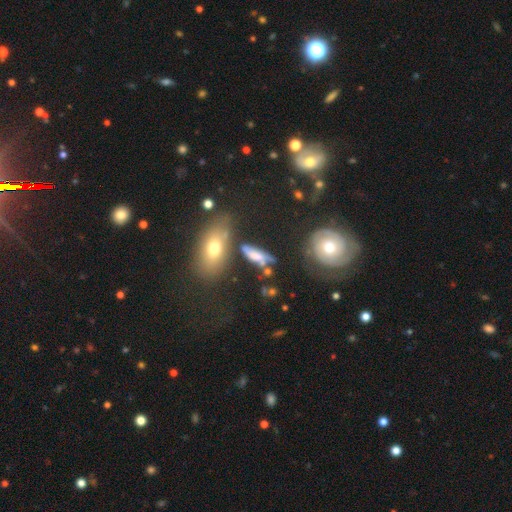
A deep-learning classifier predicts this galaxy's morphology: Smooth or featured: smooth — 56% (featured or disk — 30%)
How rounded: in between — 52% (cigar-shaped — 42%)
Merging: none — 46% (minor disturbance — 22%)